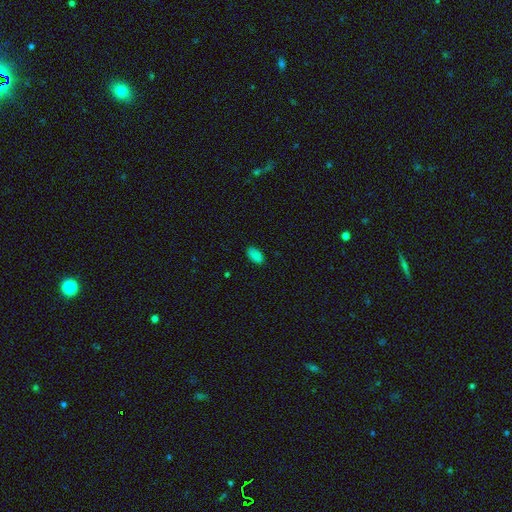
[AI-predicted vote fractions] Smooth or featured? smooth (84%)
How rounded? in between (94%)
Merging? none (83%)